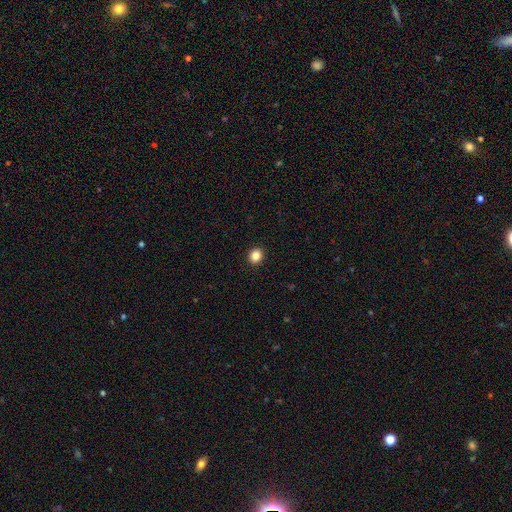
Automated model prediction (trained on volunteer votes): This is clearly a smooth galaxy (86%). How rounded: likely round (76%). Merging: clearly none (93%).